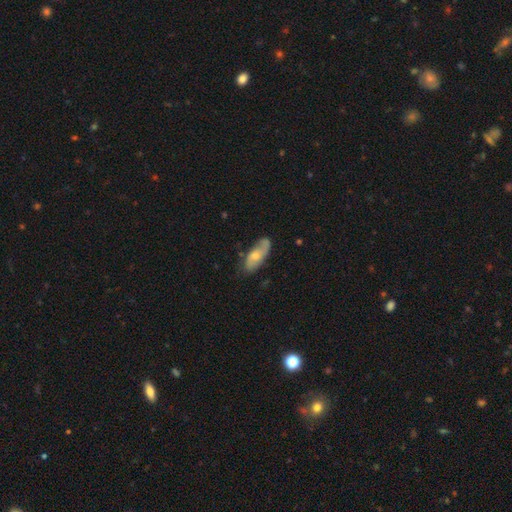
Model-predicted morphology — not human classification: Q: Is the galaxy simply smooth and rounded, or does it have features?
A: featured or disk — 49%.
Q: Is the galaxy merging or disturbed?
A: none — 66%.